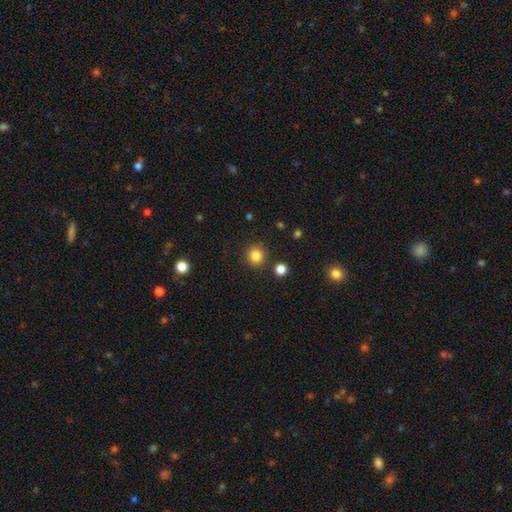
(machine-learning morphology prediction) A smooth galaxy with no disk features (84%) that is round (92%). Merging: none (88%).